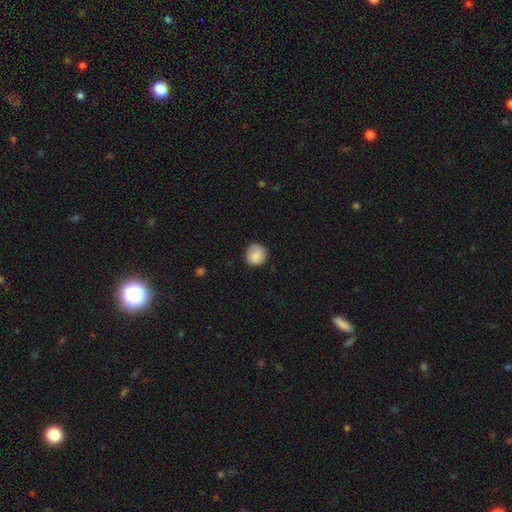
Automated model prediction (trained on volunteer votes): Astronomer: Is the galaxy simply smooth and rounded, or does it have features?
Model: smooth — 84%.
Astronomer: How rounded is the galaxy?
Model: round — 90%.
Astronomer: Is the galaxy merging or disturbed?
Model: none — 80%.